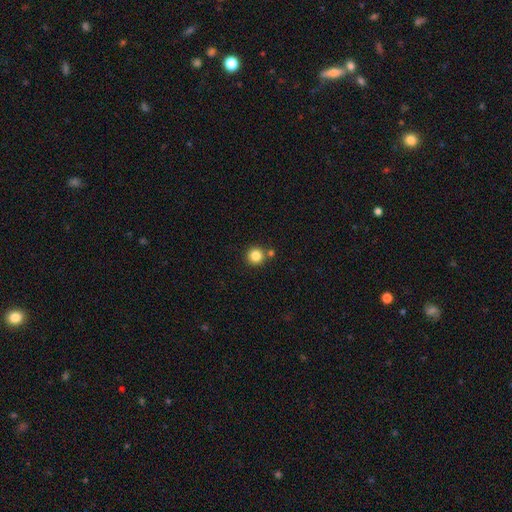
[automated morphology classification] The model was most divided on "merging": none: 79%, merger: 12%, minor disturbance: 7%, major disturbance: 2%. More confident: how rounded — round (95%); smooth or featured — smooth (84%).